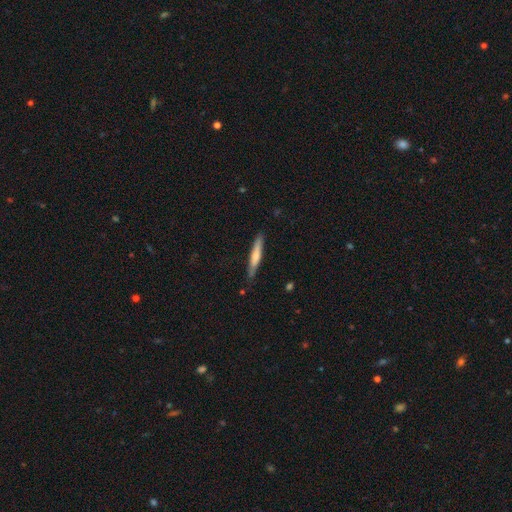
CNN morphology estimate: The model was most divided on "smooth or featured": smooth: 61%, featured or disk: 34%, star or artifact: 5%. More confident: how rounded — cigar-shaped (93%); merging — none (81%).